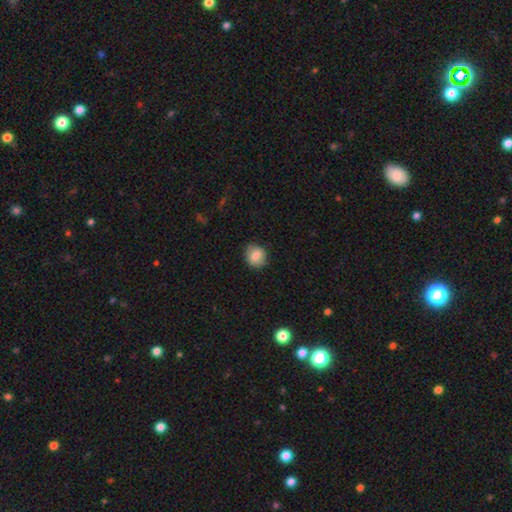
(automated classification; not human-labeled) smooth_or_featured: smooth (p=0.79) [alt: featured or disk p=0.12]
how_rounded: round (p=0.72) [alt: in between p=0.27]
merging: none (p=0.84) [alt: minor disturbance p=0.13]